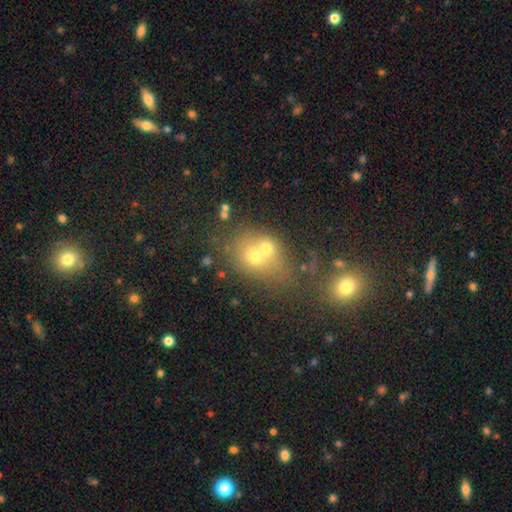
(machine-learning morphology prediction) Overall: smooth (58%; featured or disk 25%). How rounded: round (57%; in between 41%). Merging: merger (59%; none 28%).